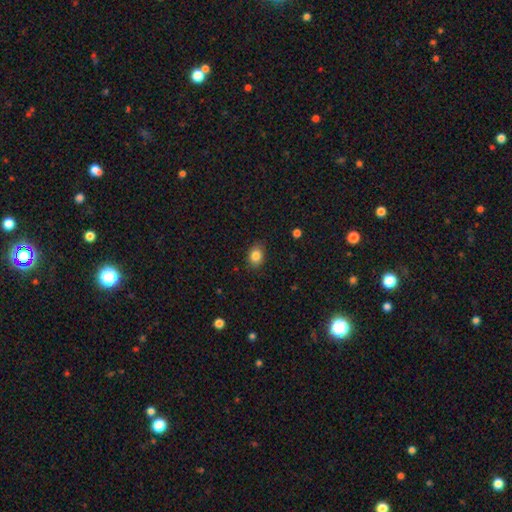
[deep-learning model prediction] Smooth or featured? smooth (85%)
How rounded? in between (65%)
Merging? none (83%)